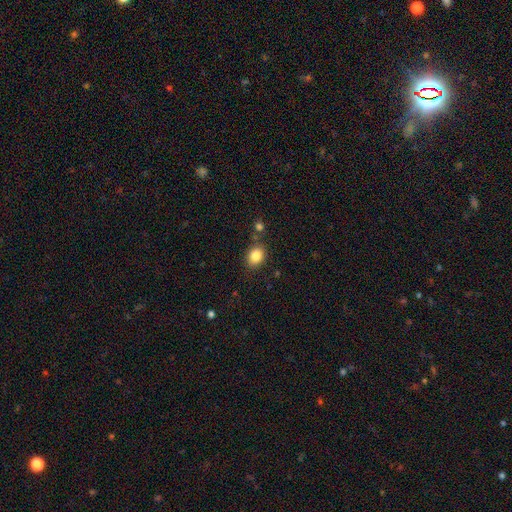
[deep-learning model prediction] Smooth or featured? smooth (86%)
How rounded? in between (60%)
Merging? none (77%)